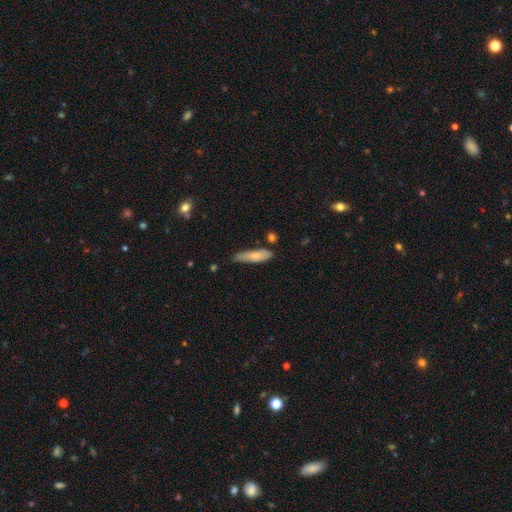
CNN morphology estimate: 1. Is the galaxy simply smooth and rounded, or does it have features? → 74% smooth, 20% featured or disk, 6% star or artifact.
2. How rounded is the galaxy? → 63% cigar-shaped, 35% in between, 2% round.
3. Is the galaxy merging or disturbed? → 61% none, 29% minor disturbance, 5% major disturbance, 5% merger.